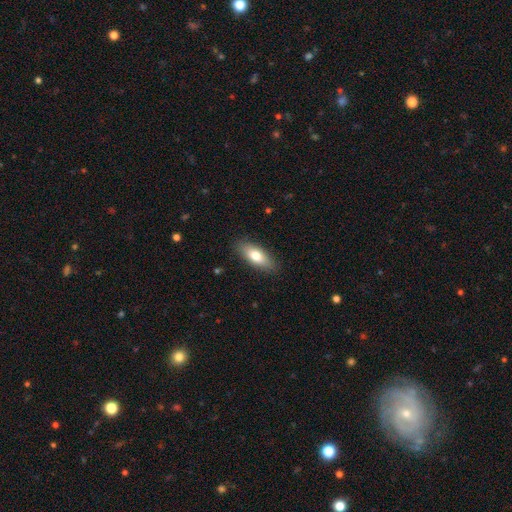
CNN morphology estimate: This appears to be a smooth galaxy with no disk features (75%) that is in between round and cigar-shaped (77%). Merging: none (87%).